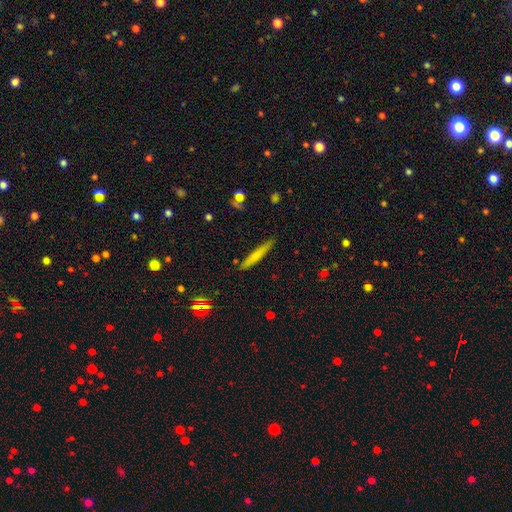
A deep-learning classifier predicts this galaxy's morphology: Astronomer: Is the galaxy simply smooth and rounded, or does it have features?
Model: smooth — 68%.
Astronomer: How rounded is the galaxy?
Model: cigar-shaped — 95%.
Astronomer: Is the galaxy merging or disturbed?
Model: none — 88%.